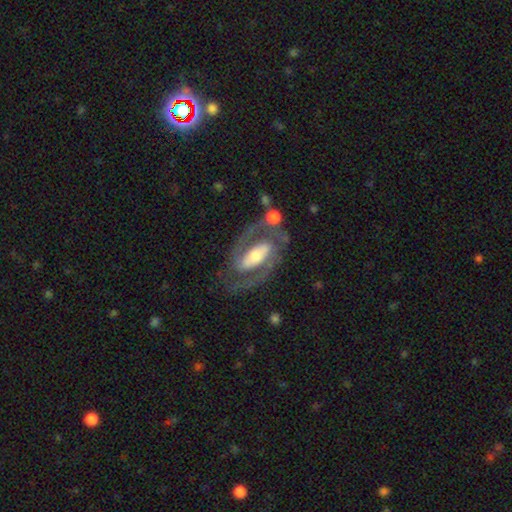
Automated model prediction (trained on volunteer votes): featured or disk 87%, smooth 8%, star or artifact 5%. Down the decision tree: edge-on disk — no (95%); bar — strong (53%); spiral arms — yes (94%); spiral arm count — 2 (91%); spiral winding — medium (54%); bulge size — moderate (54%); merging — none (73%).